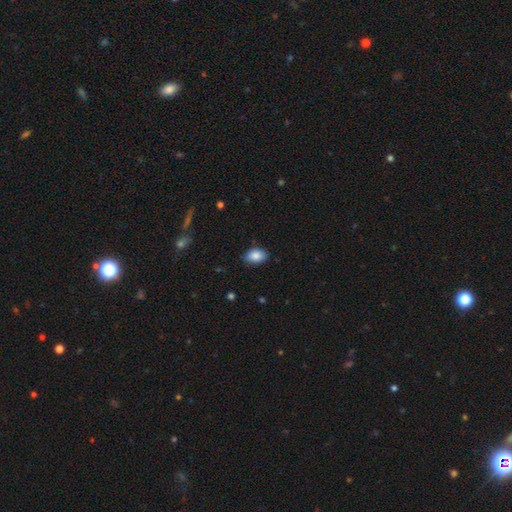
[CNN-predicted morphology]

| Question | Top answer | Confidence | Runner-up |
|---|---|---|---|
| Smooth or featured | smooth | 87% | star or artifact (7%) |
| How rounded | in between | 87% | round (11%) |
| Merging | none | 85% | minor disturbance (12%) |